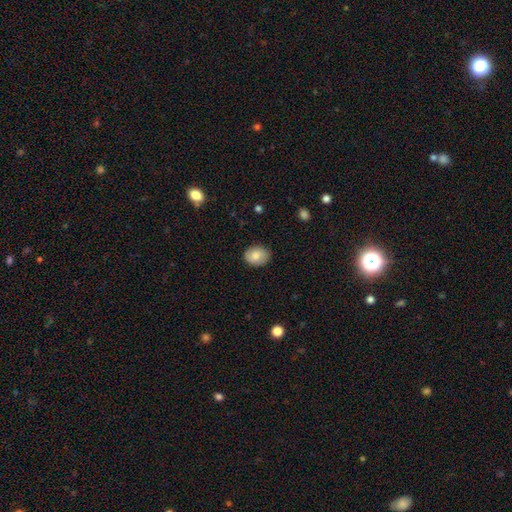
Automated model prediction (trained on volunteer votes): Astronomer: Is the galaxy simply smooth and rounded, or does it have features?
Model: smooth — 81%.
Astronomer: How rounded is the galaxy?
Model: in between — 56% (runner-up: round, 43%).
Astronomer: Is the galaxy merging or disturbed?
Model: none — 84%.